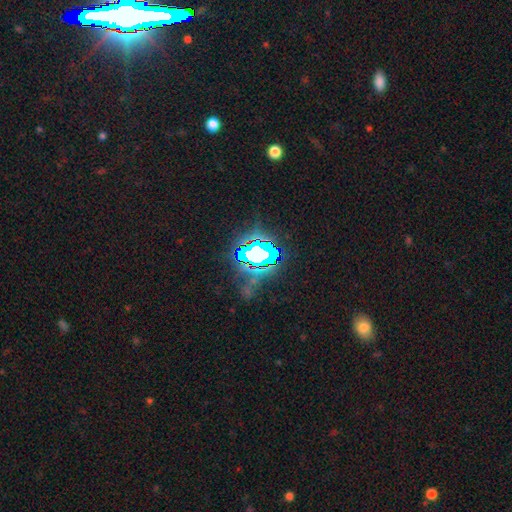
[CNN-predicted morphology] Smooth or featured: star or artifact — 66% (featured or disk — 18%)